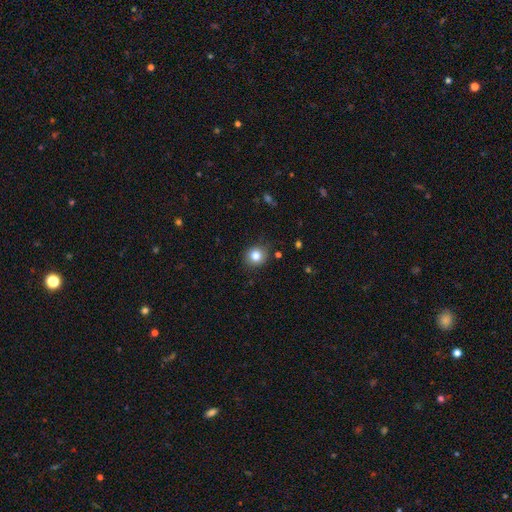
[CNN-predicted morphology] This appears to be a smooth galaxy with no disk features (82%) that is round (83%). Merging: none (84%).